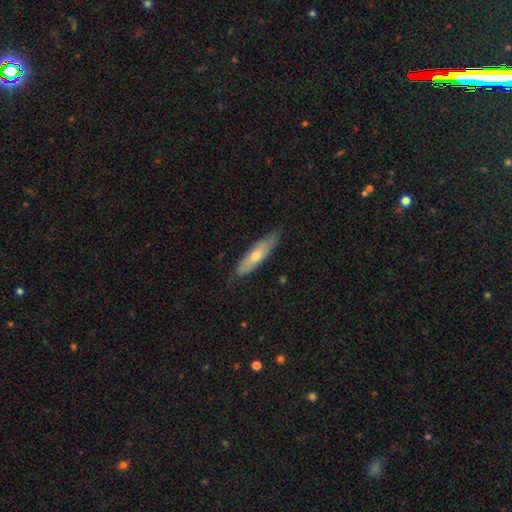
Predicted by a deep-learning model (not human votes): Smooth or featured?
  - smooth: 54% *
  - featured or disk: 40%
  - star or artifact: 6%
How rounded?
  - cigar-shaped: 72% *
  - in between: 26%
  - round: 2%
Merging?
  - none: 81% *
  - minor disturbance: 15%
  - major disturbance: 2%
  - merger: 1%